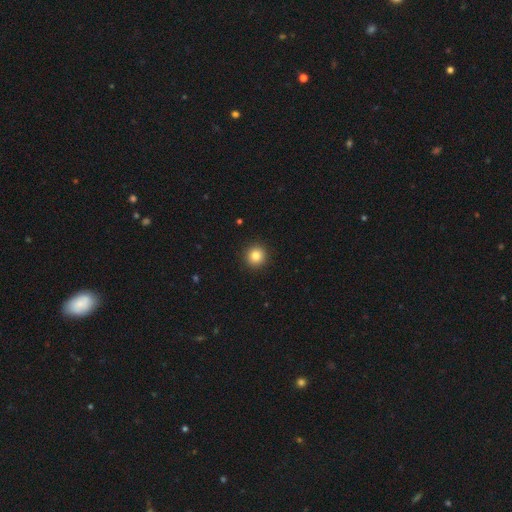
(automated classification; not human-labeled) This is clearly a smooth galaxy (83%). How rounded: clearly round (95%). Merging: clearly none (93%).